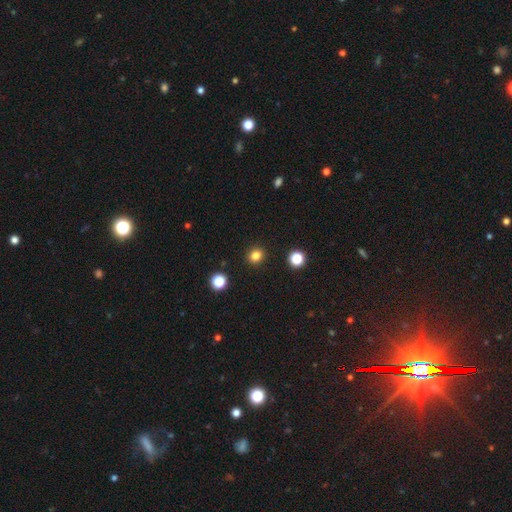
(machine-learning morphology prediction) This appears to be a smooth galaxy with no disk features (83%) that is round (84%). Merging: none (92%).